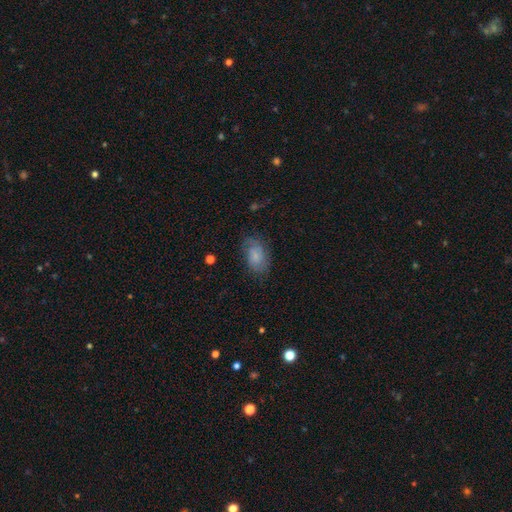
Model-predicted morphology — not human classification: Smooth or featured? Predicted: smooth (p=0.66). How rounded? Predicted: in between (p=0.89). Merging? Predicted: none (p=0.65).